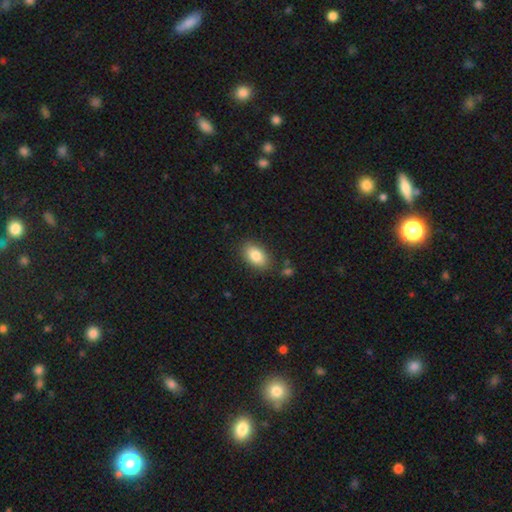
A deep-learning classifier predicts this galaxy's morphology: Q: Smooth or featured?
A: smooth (84%); runner-up: featured or disk (8%)
Q: How rounded?
A: in between (91%); runner-up: round (7%)
Q: Merging?
A: none (84%); runner-up: minor disturbance (11%)